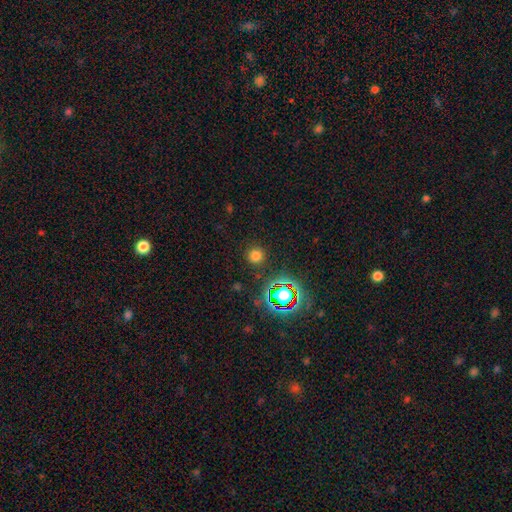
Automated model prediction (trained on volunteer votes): Overall: smooth (71%). How rounded: round (94%). Merging: none (89%).